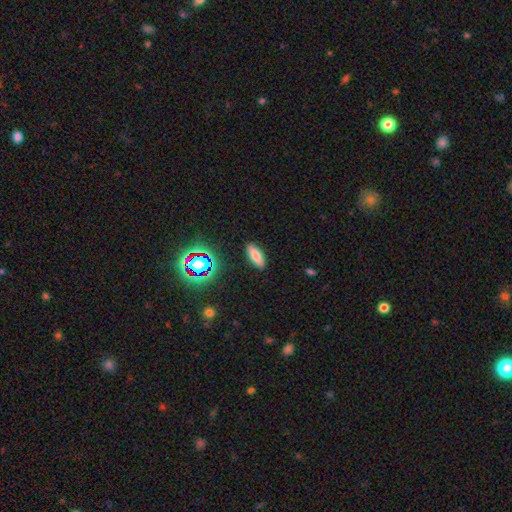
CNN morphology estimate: Q: Smooth or featured?
A: smooth (72%); runner-up: featured or disk (15%)
Q: How rounded?
A: in between (63%); runner-up: cigar-shaped (34%)
Q: Merging?
A: none (89%); runner-up: minor disturbance (8%)